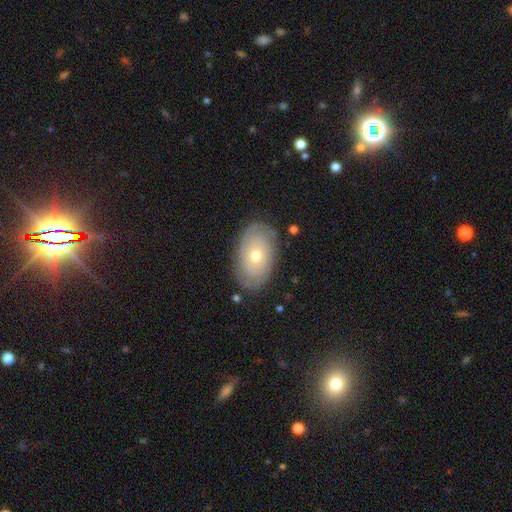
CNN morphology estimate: smooth_or_featured: featured or disk (p=0.62) [alt: smooth p=0.31]
disk_edge_on: no (p=0.93) [alt: yes p=0.07]
bar: no (p=0.86) [alt: weak p=0.11]
has_spiral_arms: yes (p=0.70) [alt: no p=0.30]
bulge_size: moderate (p=0.51) [alt: small p=0.45]
merging: none (p=0.82) [alt: minor disturbance p=0.13]